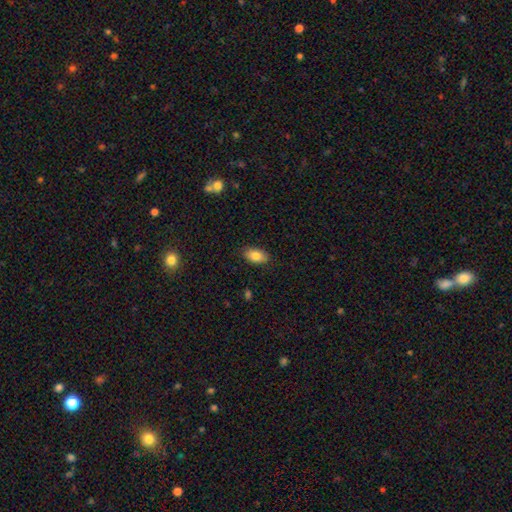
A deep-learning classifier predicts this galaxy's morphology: smooth-or-featured: smooth: 81% | featured or disk: 11% | star or artifact: 7%
  how-rounded: in between: 92% | round: 5% | cigar-shaped: 3%
  merging: none: 87% | minor disturbance: 10% | major disturbance: 2% | merger: 1%